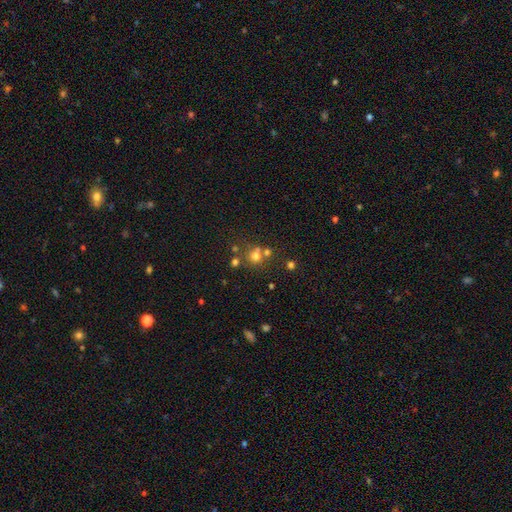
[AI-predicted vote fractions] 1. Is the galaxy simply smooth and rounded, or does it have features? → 65% smooth, 21% star or artifact, 13% featured or disk.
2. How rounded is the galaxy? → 87% round, 12% in between, 1% cigar-shaped.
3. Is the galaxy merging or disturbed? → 58% none, 30% merger, 8% minor disturbance, 4% major disturbance.